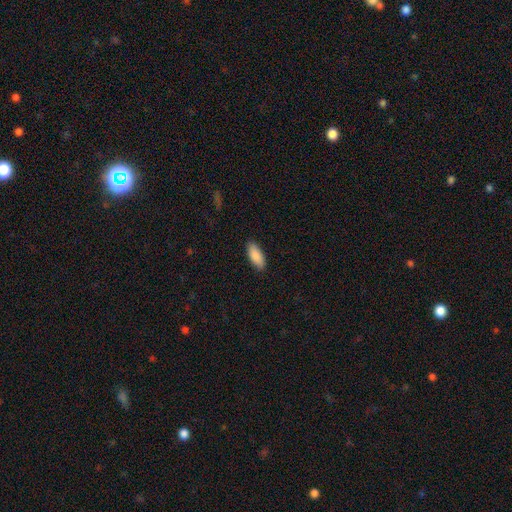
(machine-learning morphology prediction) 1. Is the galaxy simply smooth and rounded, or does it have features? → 89% smooth, 6% star or artifact, 5% featured or disk.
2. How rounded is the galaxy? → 83% in between, 16% cigar-shaped, 2% round.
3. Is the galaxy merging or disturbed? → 89% none, 8% minor disturbance, 2% major disturbance, 1% merger.